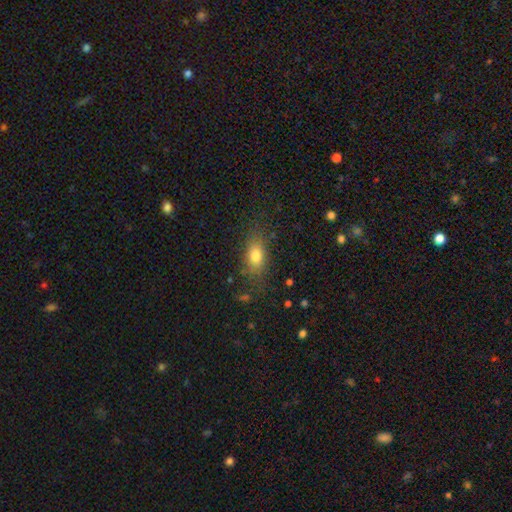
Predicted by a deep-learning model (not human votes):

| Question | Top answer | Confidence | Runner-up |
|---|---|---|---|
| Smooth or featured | smooth | 78% | featured or disk (12%) |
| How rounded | in between | 78% | round (14%) |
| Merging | none | 78% | minor disturbance (15%) |